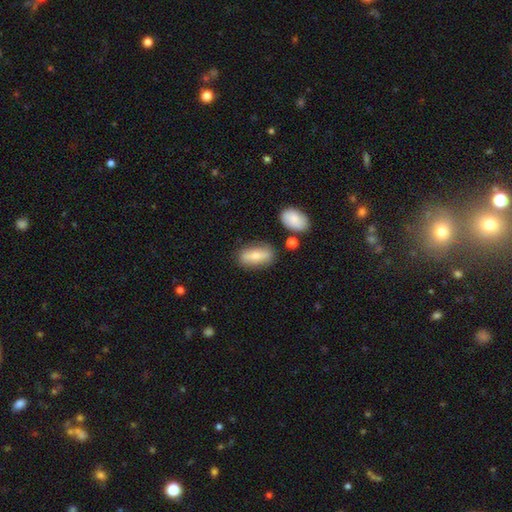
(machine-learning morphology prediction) Smooth or featured: smooth — 66% (featured or disk — 27%)
How rounded: in between — 75% (cigar-shaped — 21%)
Merging: none — 79% (minor disturbance — 13%)